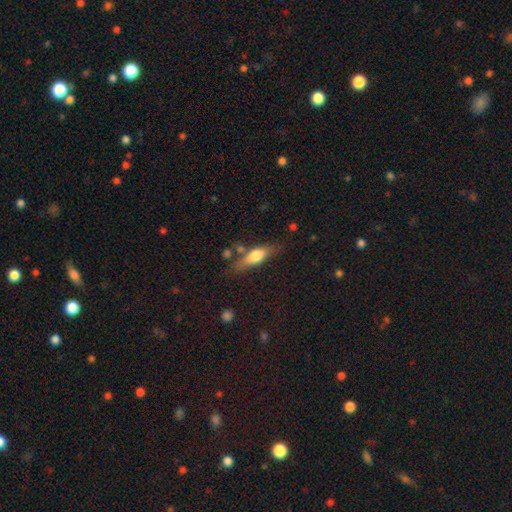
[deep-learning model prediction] The model was most divided on "how rounded": cigar-shaped: 49%, in between: 48%, round: 3%. More confident: merging — none (67%); smooth or featured — smooth (59%).